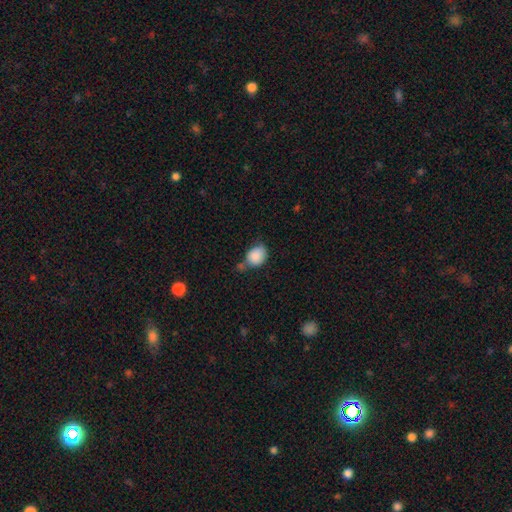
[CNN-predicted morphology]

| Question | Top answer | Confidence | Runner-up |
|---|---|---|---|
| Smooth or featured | smooth | 87% | star or artifact (8%) |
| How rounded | round | 50% | in between (49%) |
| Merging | none | 48% | minor disturbance (29%) |